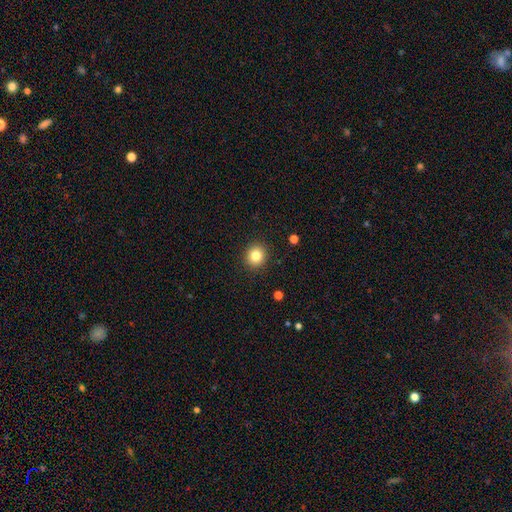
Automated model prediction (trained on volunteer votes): smooth-or-featured: smooth: 83% | star or artifact: 11% | featured or disk: 6%
  how-rounded: round: 89% | in between: 10% | cigar-shaped: 1%
  merging: none: 91% | minor disturbance: 6% | major disturbance: 2% | merger: 1%